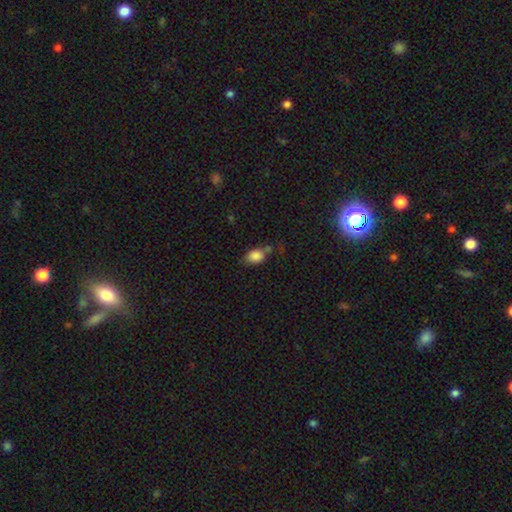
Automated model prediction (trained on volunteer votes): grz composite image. It shows a smooth galaxy with no disk features (83%) that is in between round and cigar-shaped (79%). Merging: none (51%).